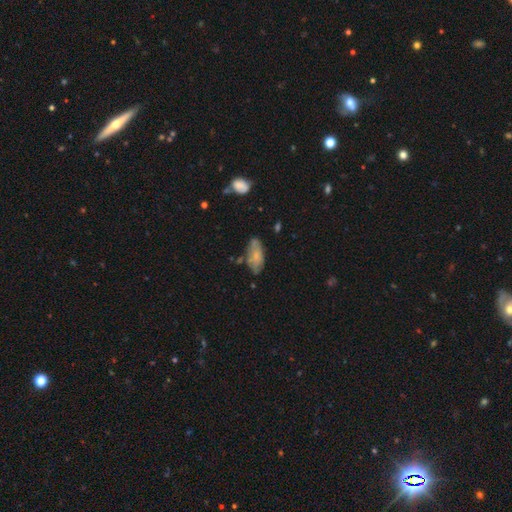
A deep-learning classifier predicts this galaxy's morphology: smooth_or_featured: smooth (p=0.61) [alt: featured or disk p=0.32]
how_rounded: in between (p=0.86) [alt: cigar-shaped p=0.11]
merging: none (p=0.58) [alt: minor disturbance p=0.28]